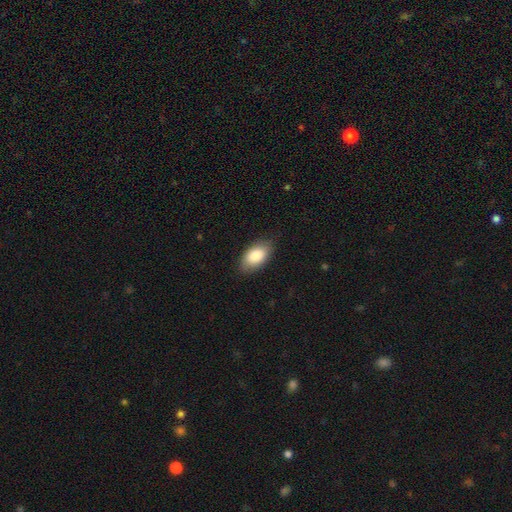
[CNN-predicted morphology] Overall: smooth (85%). How rounded: in between (94%). Merging: none (82%).